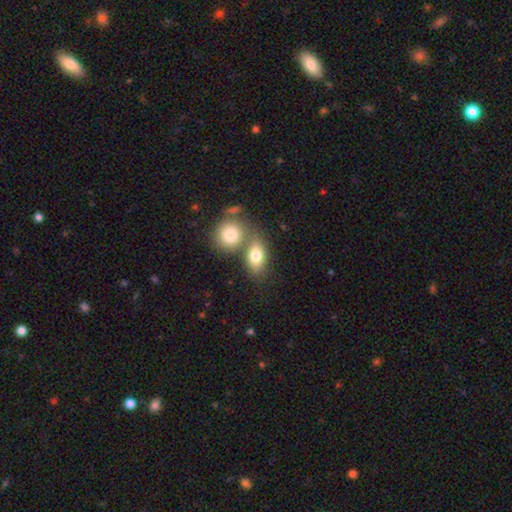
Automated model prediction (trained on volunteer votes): Morphology: type=smooth (79%); roundness=in between (78%); merging=merger (43%, tied with none).